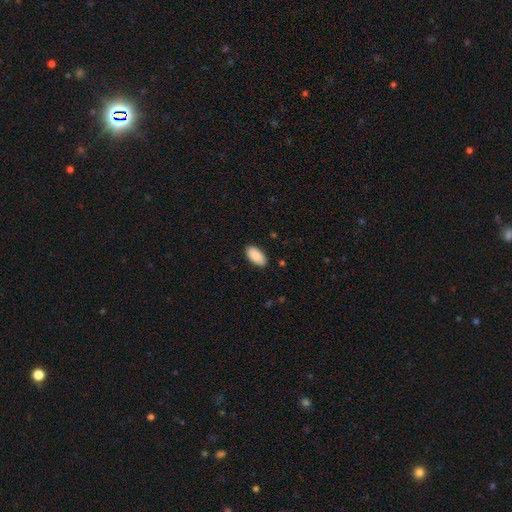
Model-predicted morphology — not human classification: Smooth or featured?
  - smooth: 90% *
  - star or artifact: 6%
  - featured or disk: 4%
How rounded?
  - in between: 95% *
  - cigar-shaped: 3%
  - round: 2%
Merging?
  - none: 88% *
  - minor disturbance: 9%
  - major disturbance: 2%
  - merger: 1%